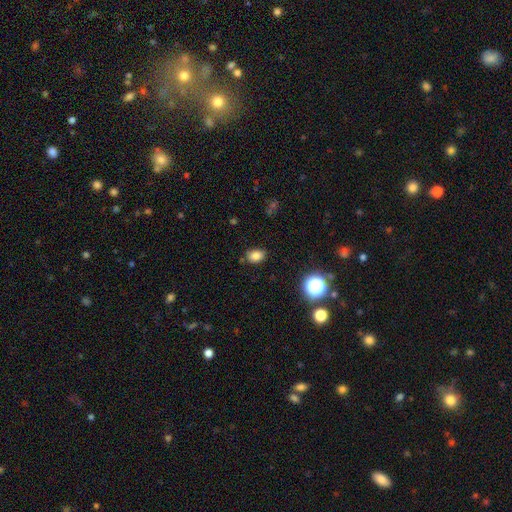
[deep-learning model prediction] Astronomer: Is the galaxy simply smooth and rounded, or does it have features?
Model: smooth — 81%.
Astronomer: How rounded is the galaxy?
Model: in between — 75%.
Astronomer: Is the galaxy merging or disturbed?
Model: none — 81%.